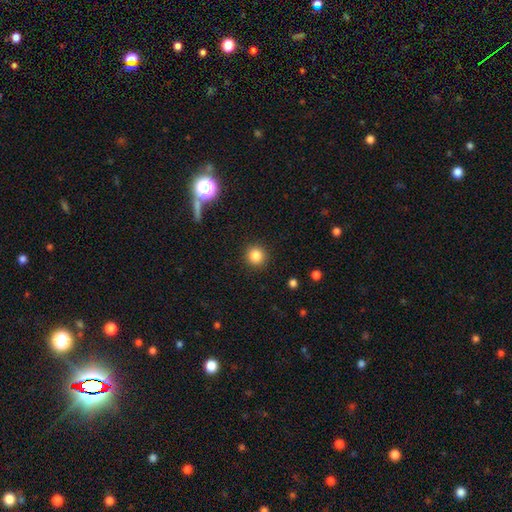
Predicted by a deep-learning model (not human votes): smooth-or-featured: smooth: 84% | star or artifact: 11% | featured or disk: 5%
  how-rounded: round: 93% | in between: 6% | cigar-shaped: 1%
  merging: none: 91% | minor disturbance: 5% | major disturbance: 2% | merger: 1%